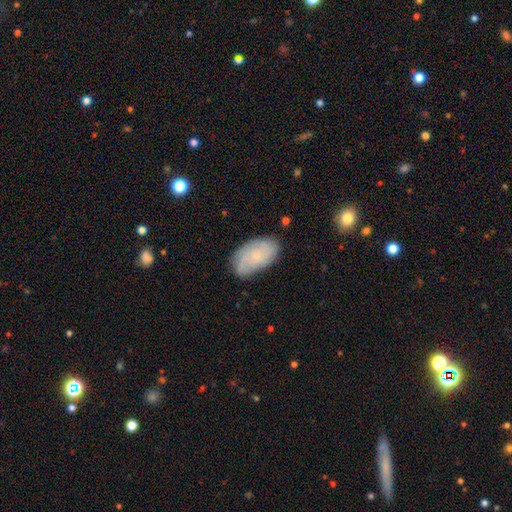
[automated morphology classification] A featured or disk galaxy (52%). Merging: none (71%).